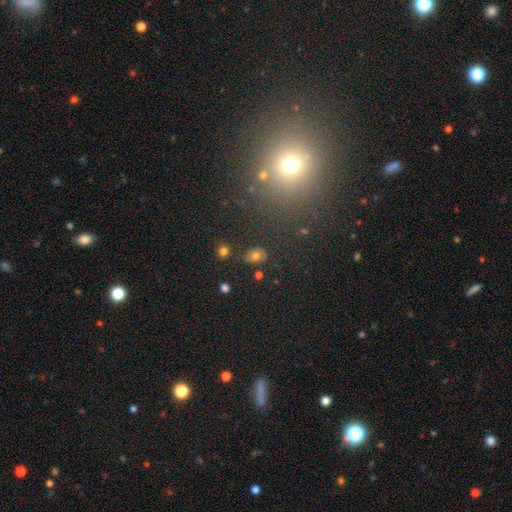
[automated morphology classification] Overall: smooth (68%). How rounded: in between (71%). Merging: none (82%).